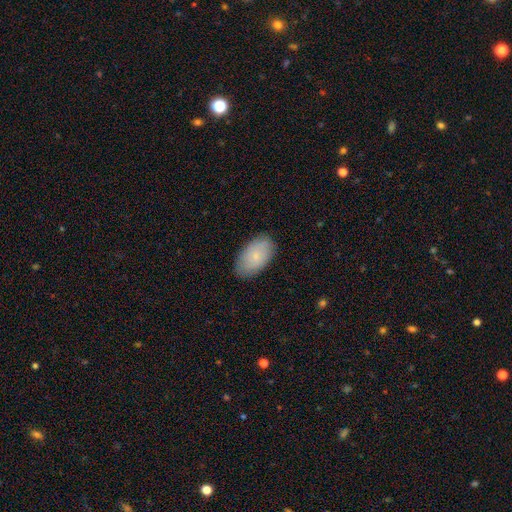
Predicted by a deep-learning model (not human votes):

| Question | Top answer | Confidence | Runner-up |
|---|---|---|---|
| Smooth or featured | smooth | 75% | featured or disk (19%) |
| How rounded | in between | 94% | round (4%) |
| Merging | none | 84% | minor disturbance (13%) |